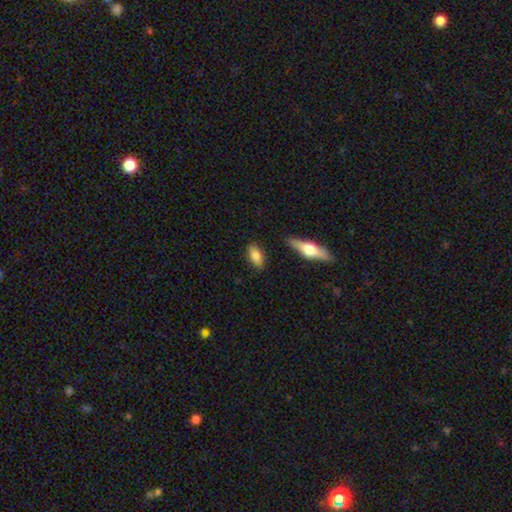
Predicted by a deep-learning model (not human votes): Overall: smooth (79%). How rounded: in between (83%). Merging: none (85%).